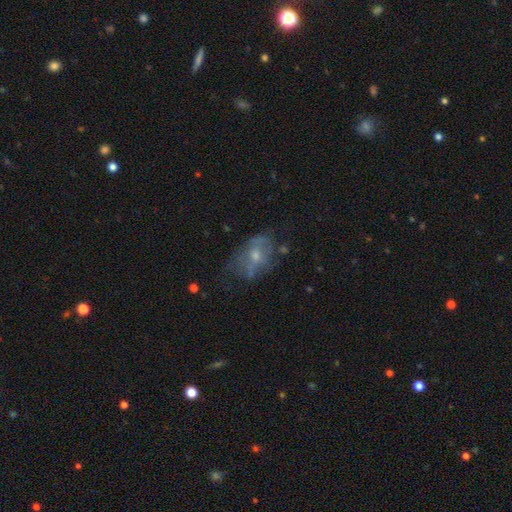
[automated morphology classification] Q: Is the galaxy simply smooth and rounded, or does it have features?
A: featured or disk — 52%.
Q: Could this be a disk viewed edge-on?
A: no — 94%.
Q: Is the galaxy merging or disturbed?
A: none — 44%.